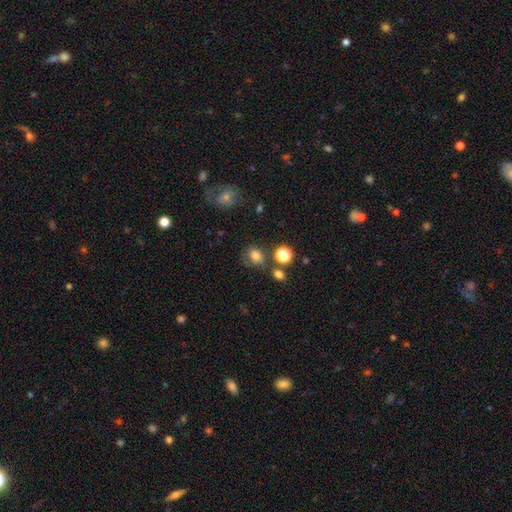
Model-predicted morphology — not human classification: This appears to be a smooth galaxy with no disk features (75%) that is round (57%). Merging: none (59%).